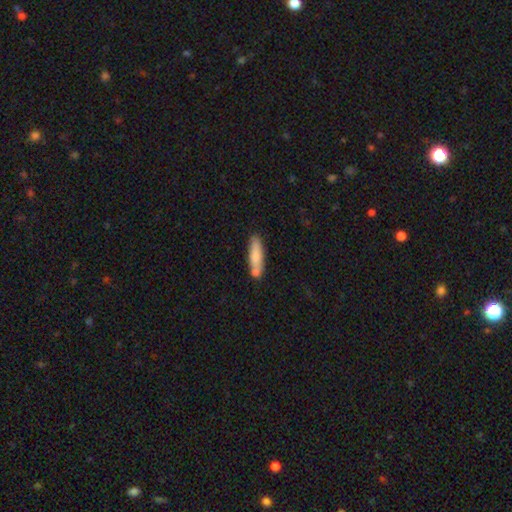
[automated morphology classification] type=smooth (78%); roundness=cigar-shaped (71%); merging=none (65%).